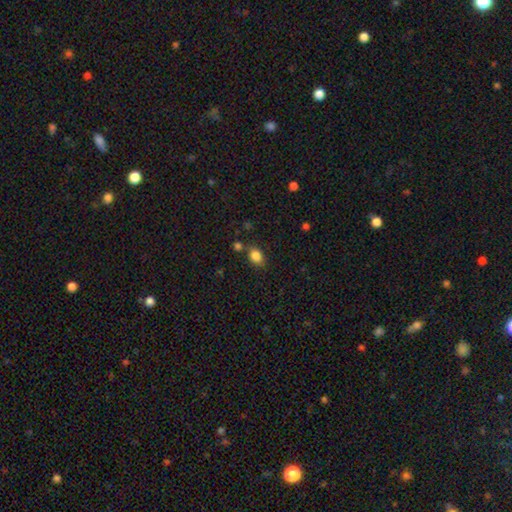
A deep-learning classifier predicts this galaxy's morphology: smooth 84%, star or artifact 10%, featured or disk 5%. Down the decision tree: how rounded — in between (67%); merging — none (72%).